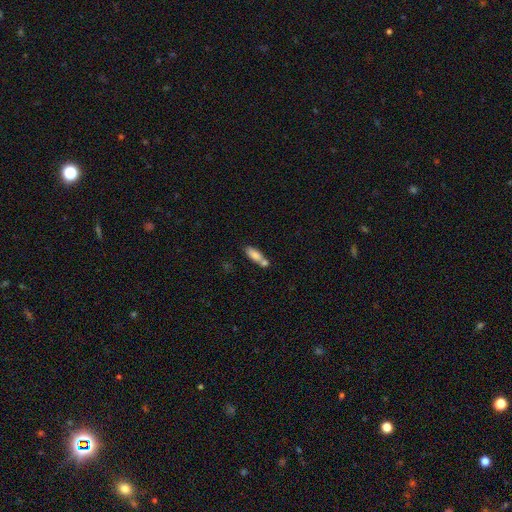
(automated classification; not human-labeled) This is likely a smooth galaxy (77%). How rounded: likely in between (63%). Merging: marginally merger (45%).